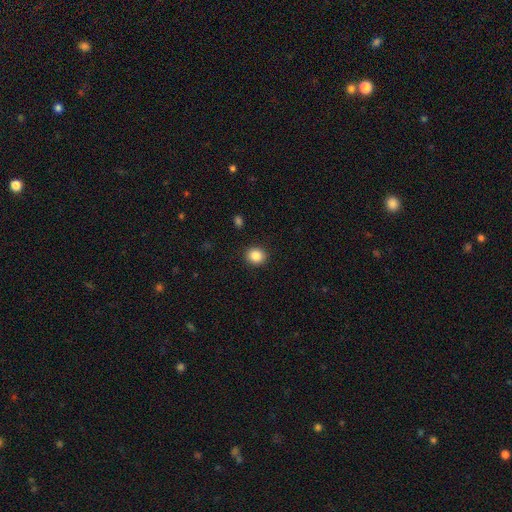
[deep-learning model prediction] A smooth galaxy with no disk features (87%) that is round (77%).

Vote fractions:
- Smooth or featured? smooth: 87% / star or artifact: 9% / featured or disk: 4%
- How rounded? round: 77% / in between: 22% / cigar-shaped: 1%
- Merging? none: 91% / minor disturbance: 6% / major disturbance: 2% / merger: 1%